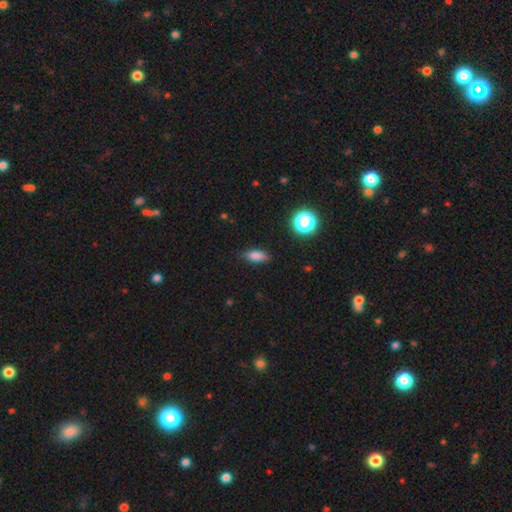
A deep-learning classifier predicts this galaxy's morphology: smooth_or_featured: smooth (p=0.80) [alt: star or artifact p=0.11]
how_rounded: in between (p=0.75) [alt: cigar-shaped p=0.19]
merging: none (p=0.79) [alt: minor disturbance p=0.16]